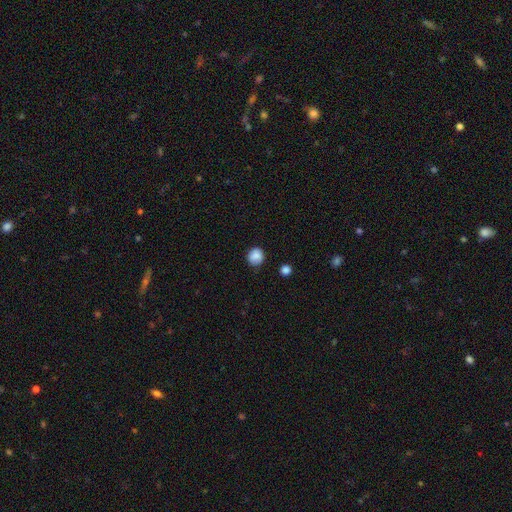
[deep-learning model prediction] Smooth or featured?
  - smooth: 87% *
  - star or artifact: 9%
  - featured or disk: 4%
How rounded?
  - round: 89% *
  - in between: 11%
  - cigar-shaped: 1%
Merging?
  - none: 84% *
  - minor disturbance: 12%
  - major disturbance: 3%
  - merger: 2%